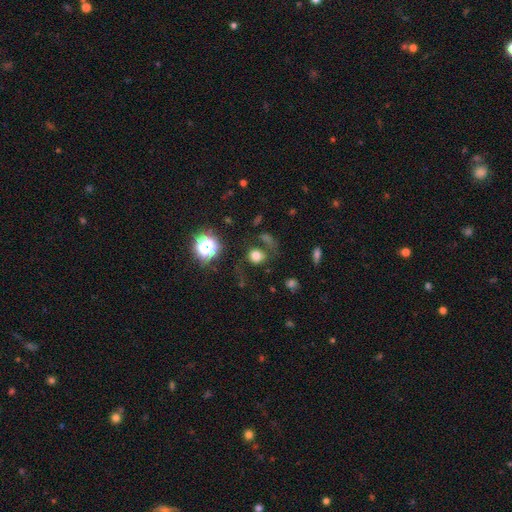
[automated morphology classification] Q: Smooth or featured?
A: smooth (69%); runner-up: star or artifact (18%)
Q: How rounded?
A: round (74%); runner-up: in between (24%)
Q: Merging?
A: none (60%); runner-up: minor disturbance (16%)